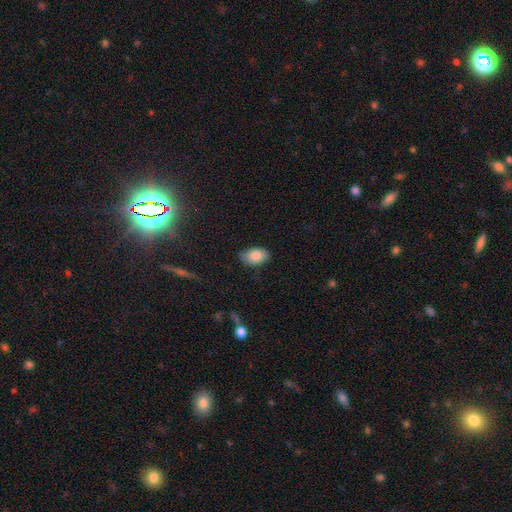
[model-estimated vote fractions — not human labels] Smooth or featured? smooth (87%)
How rounded? in between (88%)
Merging? none (72%)